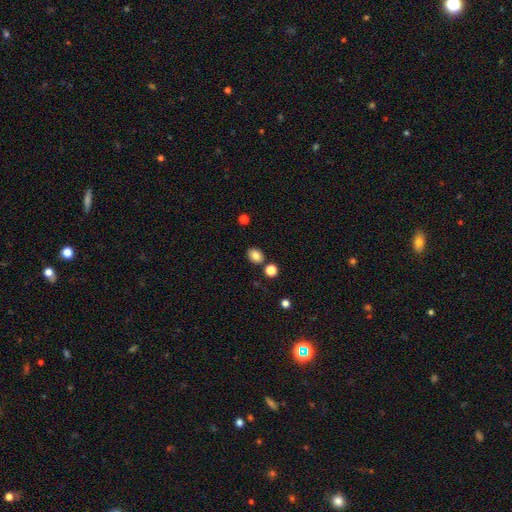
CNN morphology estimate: A smooth galaxy with no disk features (81%) that is in between round and cigar-shaped (56%).

Vote fractions:
- Smooth or featured? smooth: 81% / star or artifact: 11% / featured or disk: 8%
- How rounded? in between: 56% / round: 43% / cigar-shaped: 1%
- Merging? none: 82% / minor disturbance: 10% / merger: 6% / major disturbance: 2%